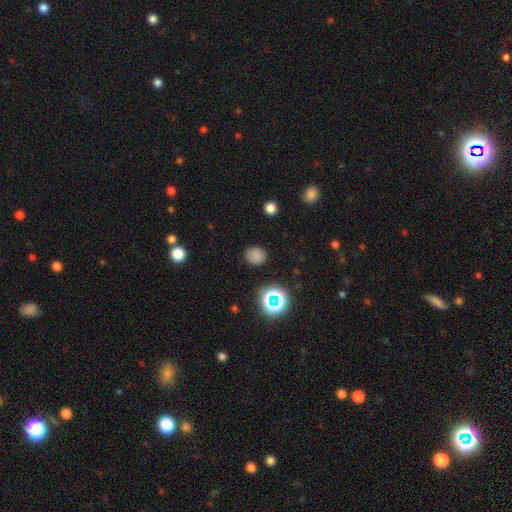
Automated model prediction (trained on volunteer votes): smooth-or-featured: smooth: 76% | star or artifact: 19% | featured or disk: 6%
  how-rounded: round: 80% | in between: 19% | cigar-shaped: 1%
  merging: none: 85% | minor disturbance: 10% | major disturbance: 3% | merger: 2%